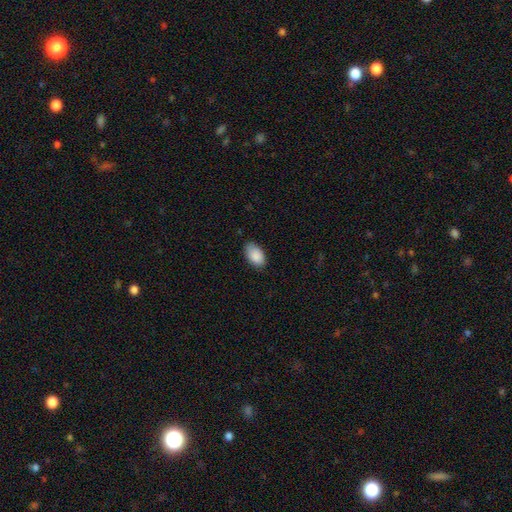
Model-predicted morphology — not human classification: Smooth or featured?
  - smooth: 89% *
  - star or artifact: 6%
  - featured or disk: 5%
How rounded?
  - in between: 94% *
  - round: 5%
  - cigar-shaped: 1%
Merging?
  - none: 78% *
  - minor disturbance: 18%
  - major disturbance: 3%
  - merger: 1%